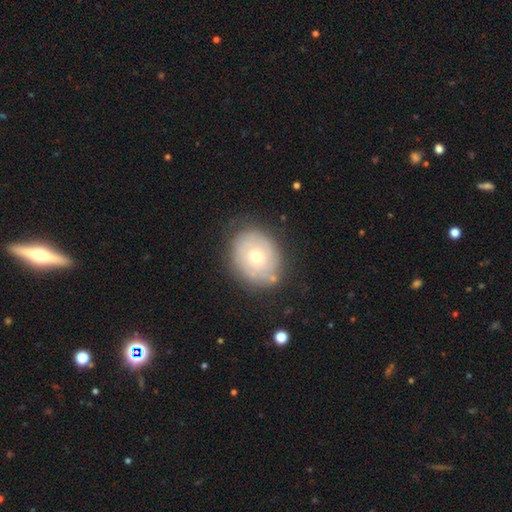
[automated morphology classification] type=featured or disk (49%); merging=none (74%).